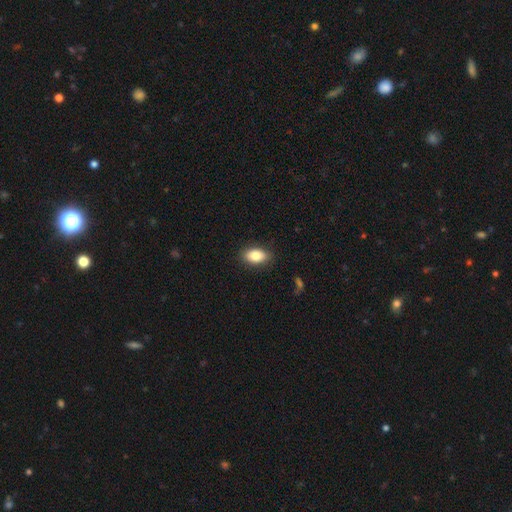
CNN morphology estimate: A smooth galaxy with no disk features (84%) that is in between round and cigar-shaped (90%). Merging: none (86%).